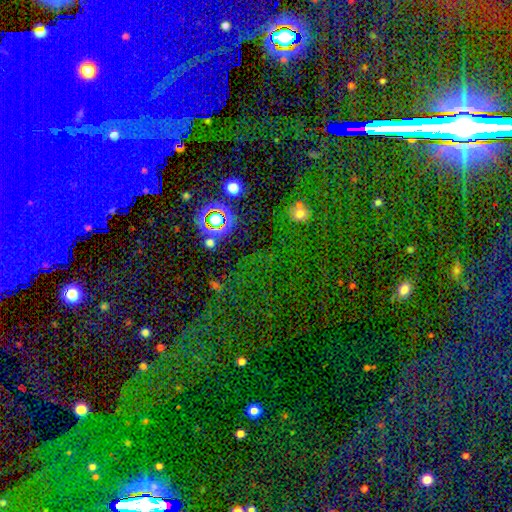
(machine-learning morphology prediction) Smooth or featured? Predicted: star or artifact (p=0.66).